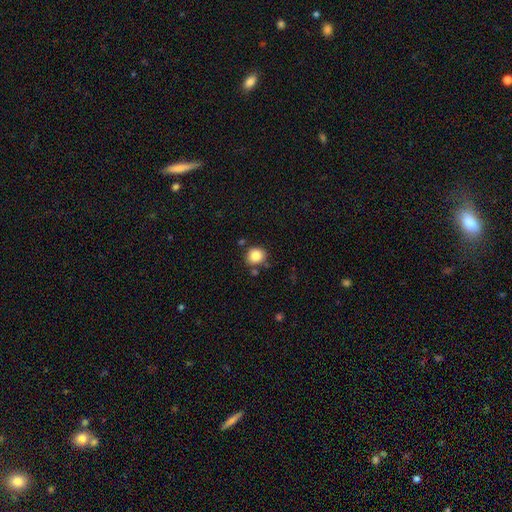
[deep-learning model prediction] smooth-or-featured: smooth: 86% | star or artifact: 10% | featured or disk: 5%
  how-rounded: round: 83% | in between: 16% | cigar-shaped: 1%
  merging: none: 78% | minor disturbance: 12% | merger: 7% | major disturbance: 3%